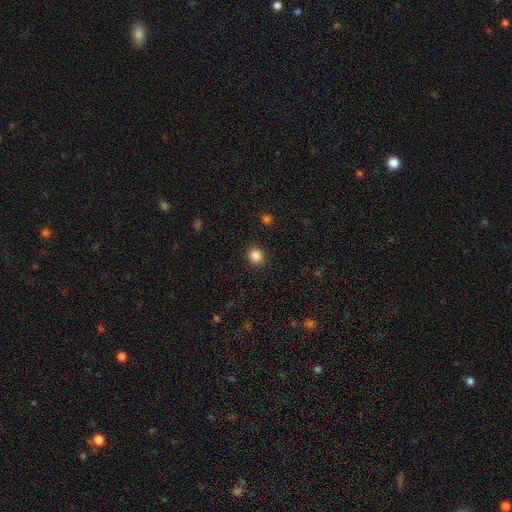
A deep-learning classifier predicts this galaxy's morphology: A smooth galaxy with no disk features (86%) that is round (88%). Merging: none (92%).